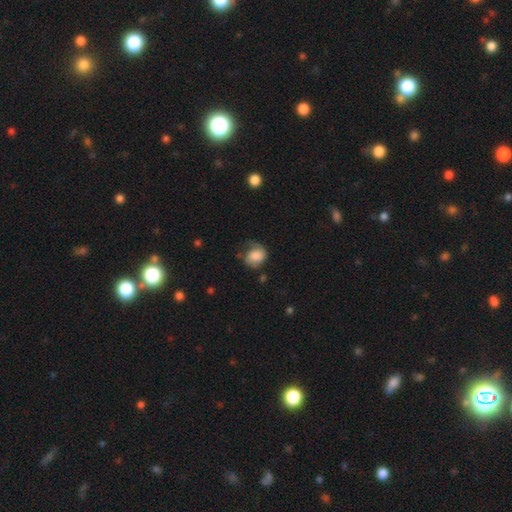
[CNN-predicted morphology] smooth 65%, featured or disk 27%, star or artifact 8%. Down the decision tree: how rounded — round (59%); merging — none (38%).